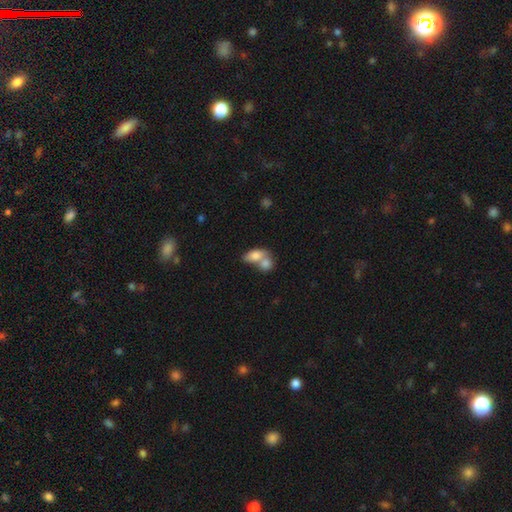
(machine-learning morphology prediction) smooth-or-featured: smooth: 78% | featured or disk: 15% | star or artifact: 7%
  how-rounded: in between: 84% | round: 11% | cigar-shaped: 4%
  merging: merger: 67% | none: 21% | minor disturbance: 8% | major disturbance: 4%